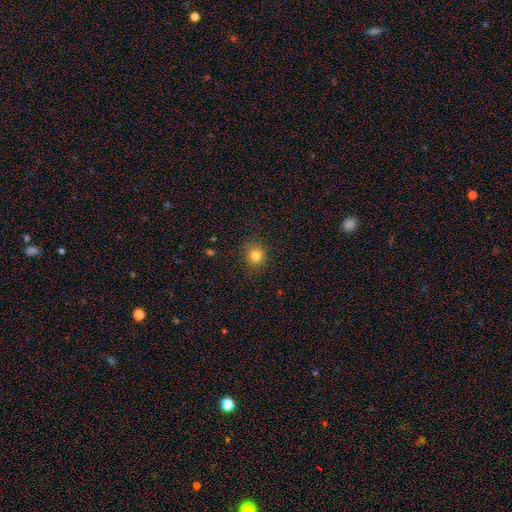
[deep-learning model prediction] smooth-or-featured: smooth: 80% | star or artifact: 14% | featured or disk: 6%
  how-rounded: round: 83% | in between: 16% | cigar-shaped: 1%
  merging: none: 86% | minor disturbance: 10% | major disturbance: 3% | merger: 1%